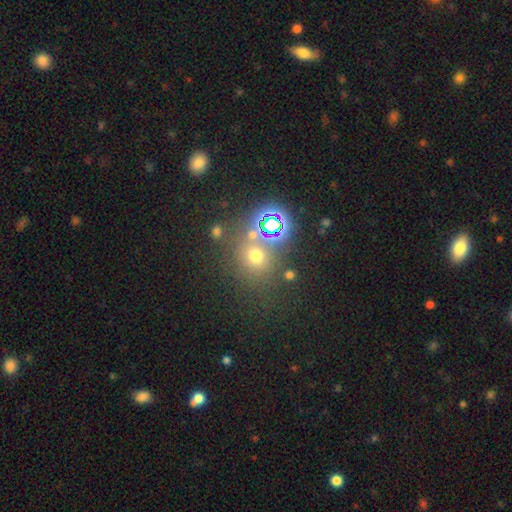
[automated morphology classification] Overall: smooth (58%; star or artifact 33%). How rounded: round (83%). Merging: none (69%).